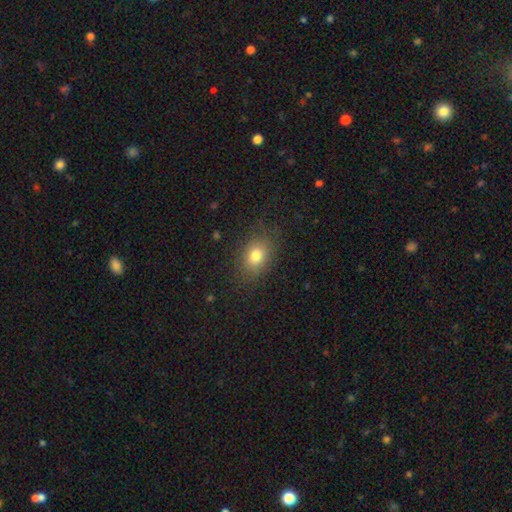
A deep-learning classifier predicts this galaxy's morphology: smooth-or-featured: smooth: 78% | star or artifact: 12% | featured or disk: 10%
  how-rounded: in between: 66% | round: 33% | cigar-shaped: 2%
  merging: none: 82% | minor disturbance: 12% | major disturbance: 5% | merger: 1%